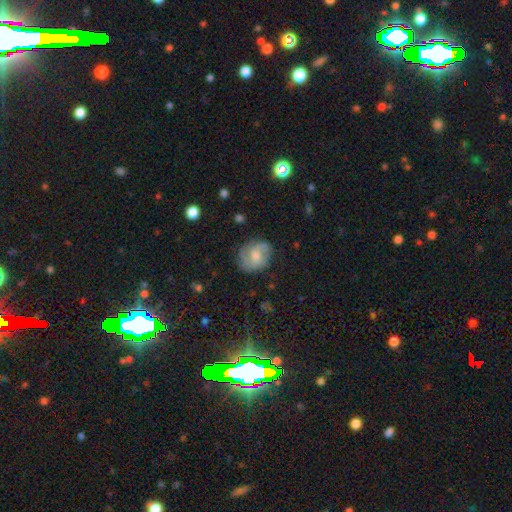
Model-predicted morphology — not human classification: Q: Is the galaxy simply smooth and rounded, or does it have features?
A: featured or disk — 57%.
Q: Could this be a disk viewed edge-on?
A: no — 98%.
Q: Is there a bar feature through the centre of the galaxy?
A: no — 51%.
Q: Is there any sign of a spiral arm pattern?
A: yes — 87%.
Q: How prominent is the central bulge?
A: moderate — 46%.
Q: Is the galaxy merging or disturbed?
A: none — 70%.